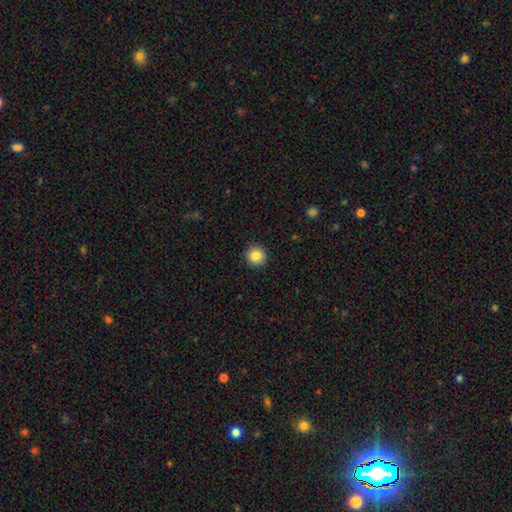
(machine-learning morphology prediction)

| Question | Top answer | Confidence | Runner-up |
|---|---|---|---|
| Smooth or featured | smooth | 85% | star or artifact (9%) |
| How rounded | round | 94% | in between (5%) |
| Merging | none | 92% | minor disturbance (5%) |